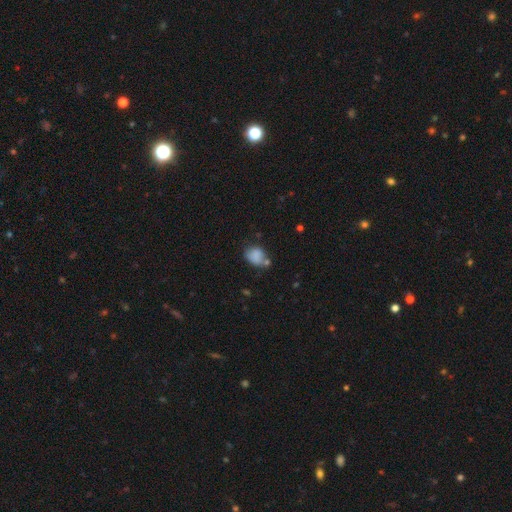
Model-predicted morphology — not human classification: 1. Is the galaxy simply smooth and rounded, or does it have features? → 80% smooth, 10% featured or disk, 10% star or artifact.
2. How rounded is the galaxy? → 54% in between, 45% round, 1% cigar-shaped.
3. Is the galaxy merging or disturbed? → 44% none, 24% minor disturbance, 23% merger, 9% major disturbance.